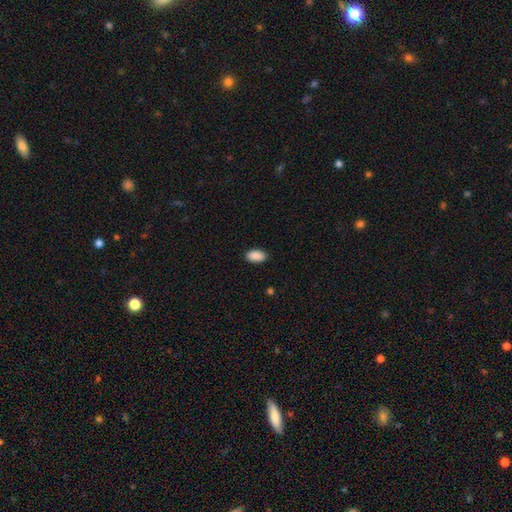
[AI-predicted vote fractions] Q: Smooth or featured?
A: smooth (91%); runner-up: star or artifact (7%)
Q: How rounded?
A: in between (95%); runner-up: round (3%)
Q: Merging?
A: none (89%); runner-up: minor disturbance (8%)